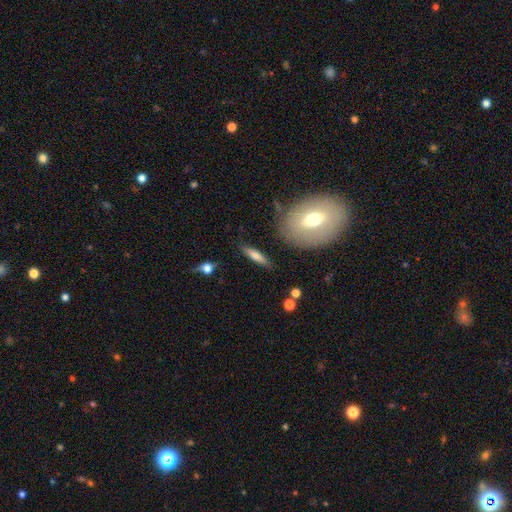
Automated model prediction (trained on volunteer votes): A smooth galaxy with no disk features (68%) that is cigar-shaped (75%). Merging: none (85%).